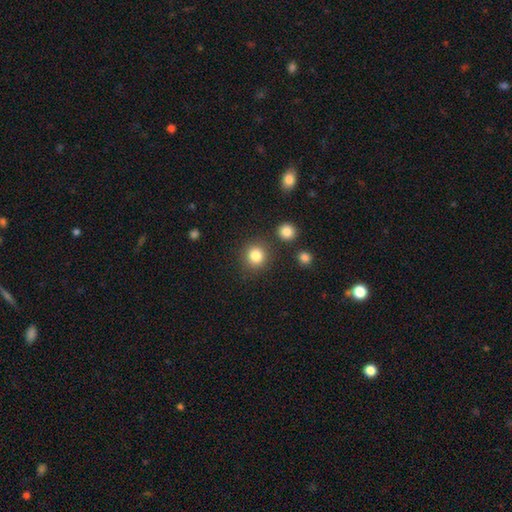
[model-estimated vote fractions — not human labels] smooth 84%, star or artifact 11%, featured or disk 5%. Down the decision tree: how rounded — round (90%); merging — none (85%).